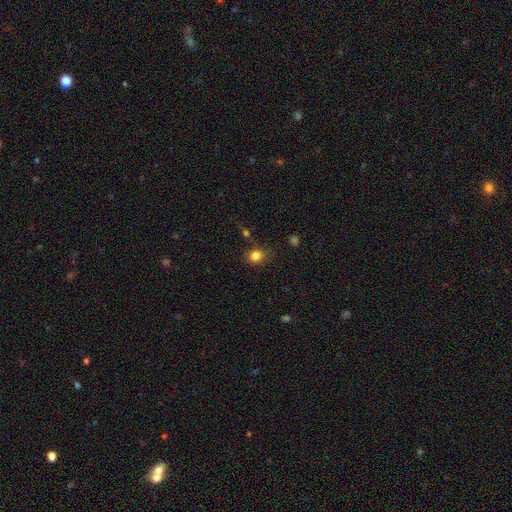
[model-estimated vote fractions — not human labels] smooth 82%, star or artifact 13%, featured or disk 5%. Down the decision tree: how rounded — round (79%); merging — none (80%).